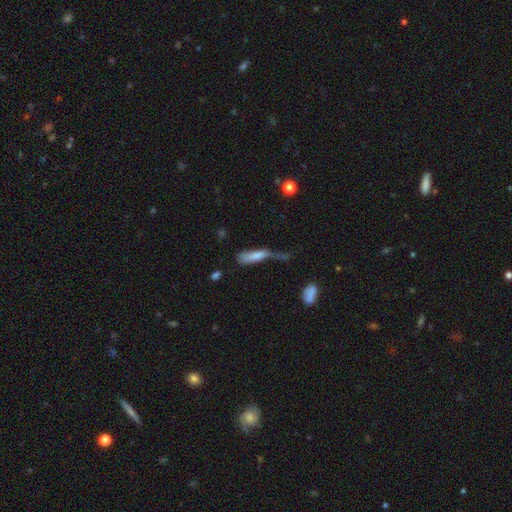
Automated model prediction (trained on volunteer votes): Smooth or featured? smooth (69%)
How rounded? cigar-shaped (63%)
Merging? major disturbance (43%)